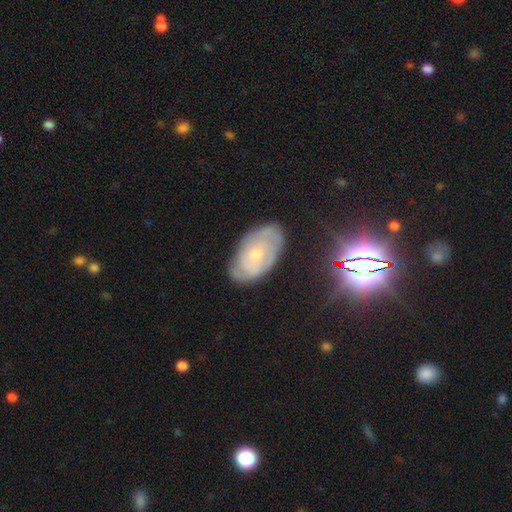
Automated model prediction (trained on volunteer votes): smooth-or-featured: featured or disk: 65% | smooth: 25% | star or artifact: 10%
  disk-edge-on: no: 94% | yes: 6%
    bar: no: 80% | weak: 17% | strong: 3%
    has-spiral-arms: yes: 78% | no: 22%
    bulge-size: small: 67% | moderate: 28% | none: 2% | large: 1% | dominant: 1%
  merging: none: 72% | minor disturbance: 21% | major disturbance: 5% | merger: 2%